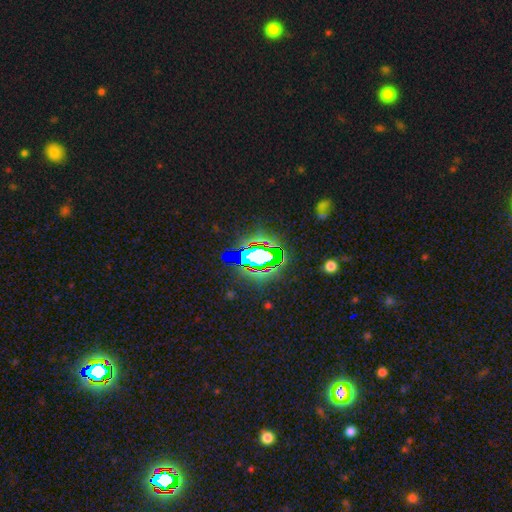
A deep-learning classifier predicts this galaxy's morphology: The model was most divided on "smooth or featured": star or artifact: 68%, smooth: 17%, featured or disk: 15%.